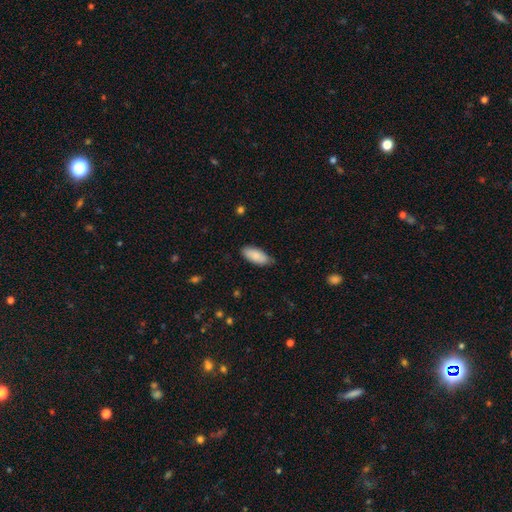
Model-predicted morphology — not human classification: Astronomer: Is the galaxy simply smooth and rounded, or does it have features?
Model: smooth — 87%.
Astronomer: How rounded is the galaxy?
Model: in between — 87%.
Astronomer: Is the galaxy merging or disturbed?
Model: none — 76%.